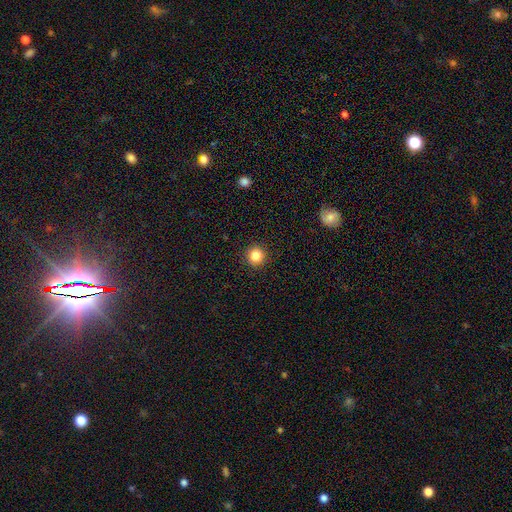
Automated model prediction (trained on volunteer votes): Morphology: type=smooth (84%); roundness=round (94%); merging=none (92%).